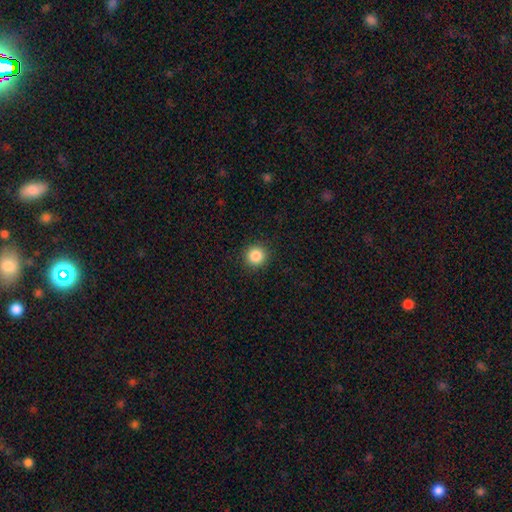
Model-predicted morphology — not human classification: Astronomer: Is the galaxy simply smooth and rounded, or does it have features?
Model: smooth — 86%.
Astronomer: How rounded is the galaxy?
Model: round — 94%.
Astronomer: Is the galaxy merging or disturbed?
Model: none — 92%.